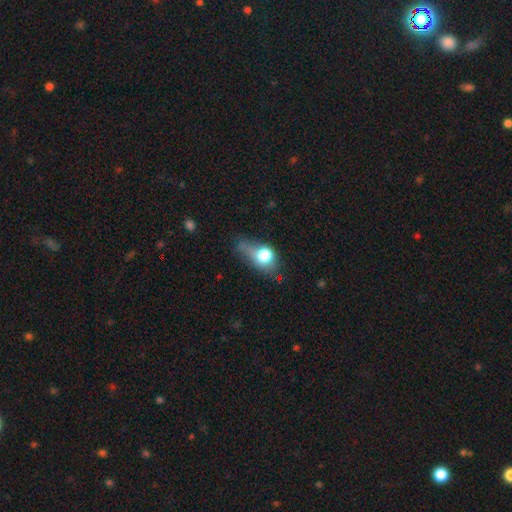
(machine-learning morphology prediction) Smooth or featured?
  - smooth: 60% *
  - featured or disk: 21%
  - star or artifact: 19%
How rounded?
  - in between: 47% *
  - round: 46%
  - cigar-shaped: 7%
Merging?
  - none: 39% *
  - minor disturbance: 33%
  - major disturbance: 22%
  - merger: 6%